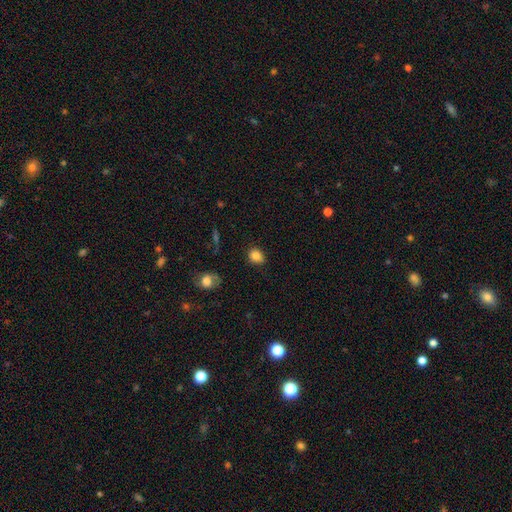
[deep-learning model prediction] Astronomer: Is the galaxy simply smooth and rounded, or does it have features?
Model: smooth — 84%.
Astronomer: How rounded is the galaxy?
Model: round — 55% (runner-up: in between, 44%).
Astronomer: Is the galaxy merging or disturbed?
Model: none — 81%.